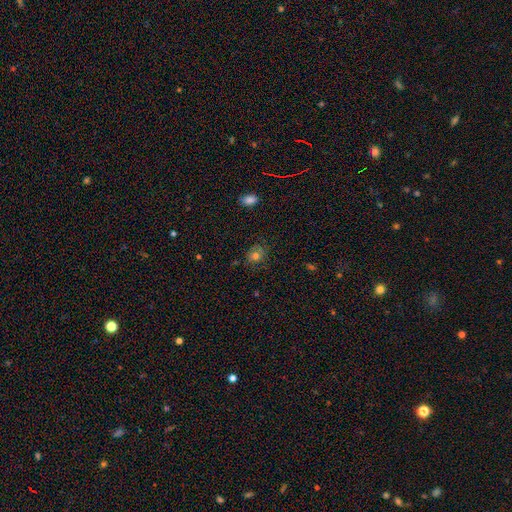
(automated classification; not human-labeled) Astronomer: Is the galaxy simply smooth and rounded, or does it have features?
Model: smooth — 68%.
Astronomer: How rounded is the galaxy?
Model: round — 70%.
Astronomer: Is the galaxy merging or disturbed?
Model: none — 74%.